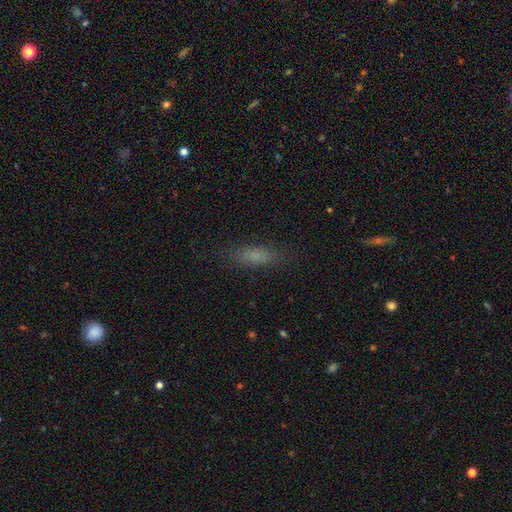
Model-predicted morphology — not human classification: type=smooth (72%); roundness=cigar-shaped (49%); merging=none (80%).